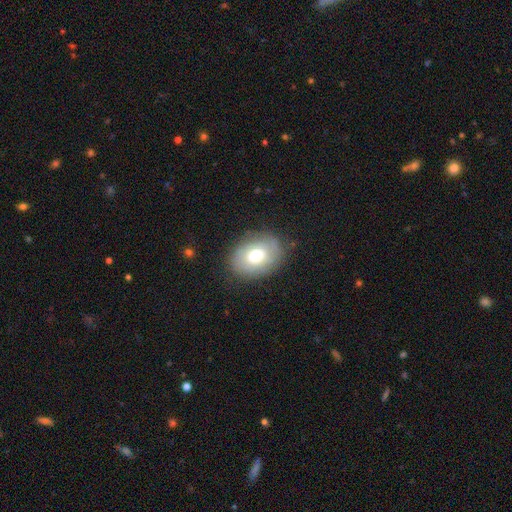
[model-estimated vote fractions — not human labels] This appears to be a smooth galaxy with no disk features (59%) that is in between round and cigar-shaped (71%). Merging: none (79%).